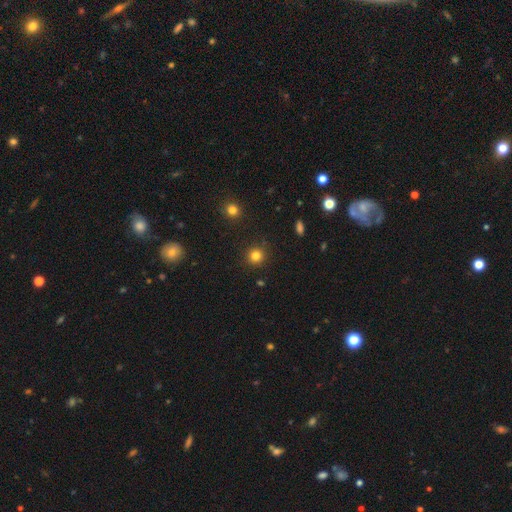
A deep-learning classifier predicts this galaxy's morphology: type=smooth (82%); roundness=round (93%); merging=none (91%).